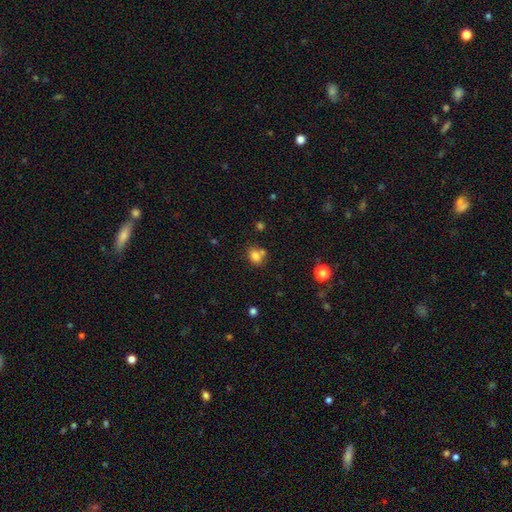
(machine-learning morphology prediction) Q: Smooth or featured?
A: smooth (78%); runner-up: star or artifact (12%)
Q: How rounded?
A: round (57%); runner-up: in between (42%)
Q: Merging?
A: none (58%); runner-up: merger (24%)